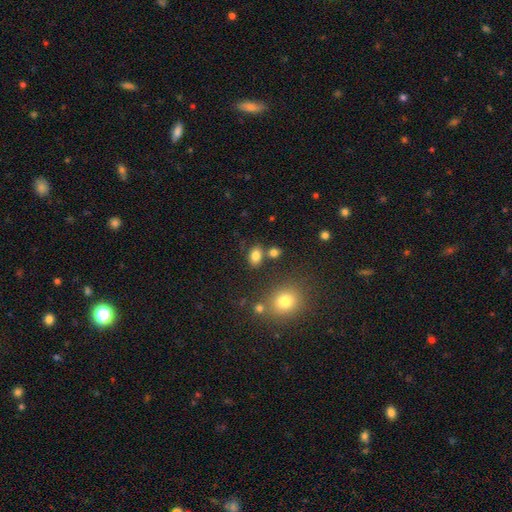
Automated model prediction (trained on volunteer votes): Smooth or featured? smooth (81%)
How rounded? in between (79%)
Merging? none (74%)